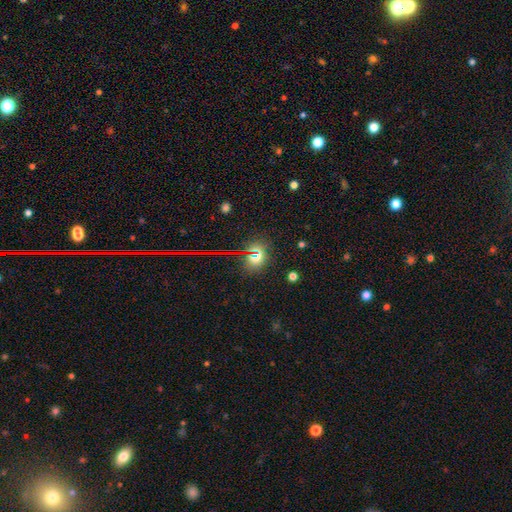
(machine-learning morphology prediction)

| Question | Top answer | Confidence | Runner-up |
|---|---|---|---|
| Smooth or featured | star or artifact | 47% | smooth (43%) |